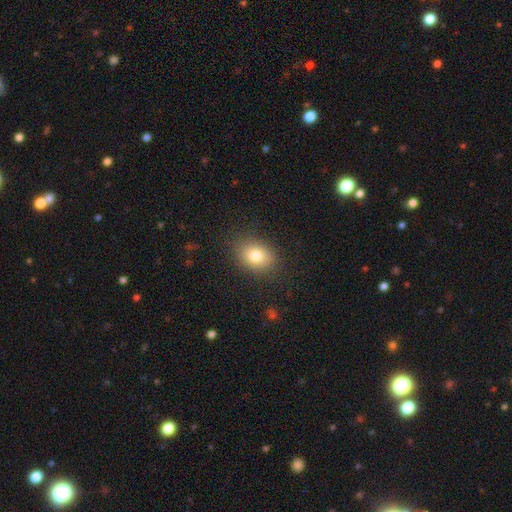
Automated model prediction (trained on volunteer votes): The model was most divided on "how rounded": in between: 62%, round: 37%, cigar-shaped: 1%. More confident: merging — none (85%); smooth or featured — smooth (81%).